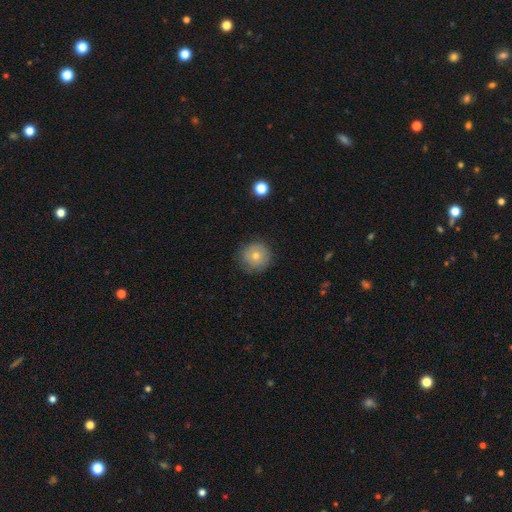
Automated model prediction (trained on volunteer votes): The model was most divided on "smooth or featured": smooth: 69%, featured or disk: 19%, star or artifact: 12%. More confident: how rounded — round (95%); merging — none (86%).